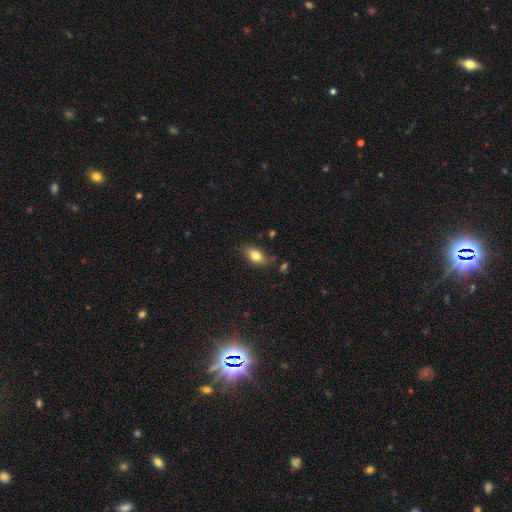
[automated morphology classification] A smooth galaxy with no disk features (80%) that is in between round and cigar-shaped (87%). Merging: none (74%).